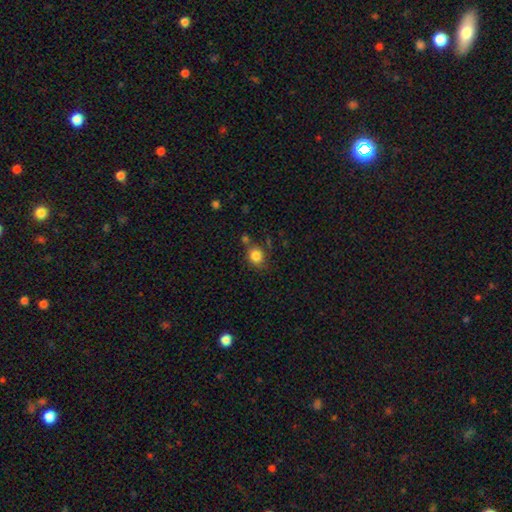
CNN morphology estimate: A smooth galaxy with no disk features (84%) that is round (70%). Merging: none (65%).